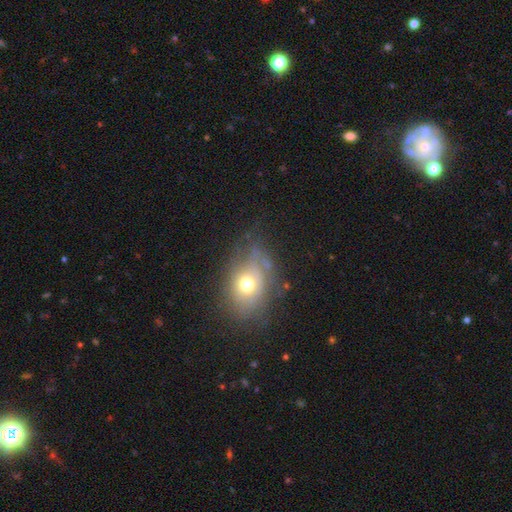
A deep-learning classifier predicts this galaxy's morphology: This is possibly a smooth galaxy (49%). Merging: possibly none (59%).